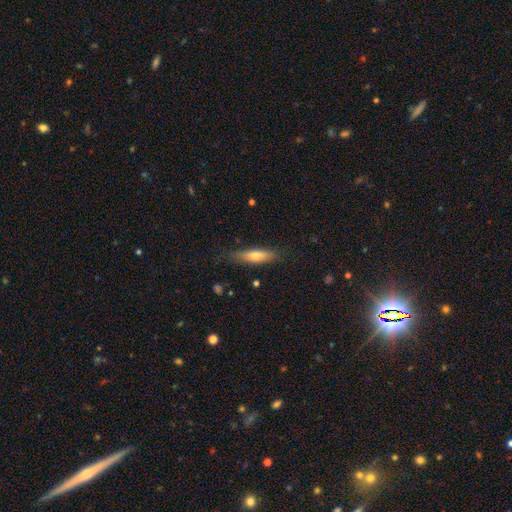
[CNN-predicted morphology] Smooth or featured: smooth — 62% (featured or disk — 32%)
How rounded: cigar-shaped — 70% (in between — 28%)
Merging: none — 79% (minor disturbance — 16%)